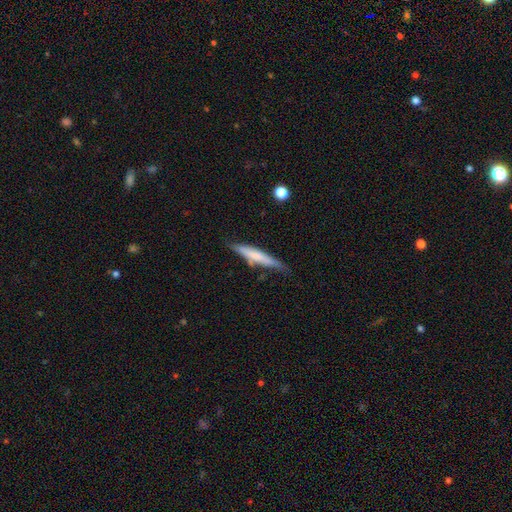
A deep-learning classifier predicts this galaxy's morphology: Smooth or featured? smooth (56%)
How rounded? cigar-shaped (91%)
Merging? none (74%)